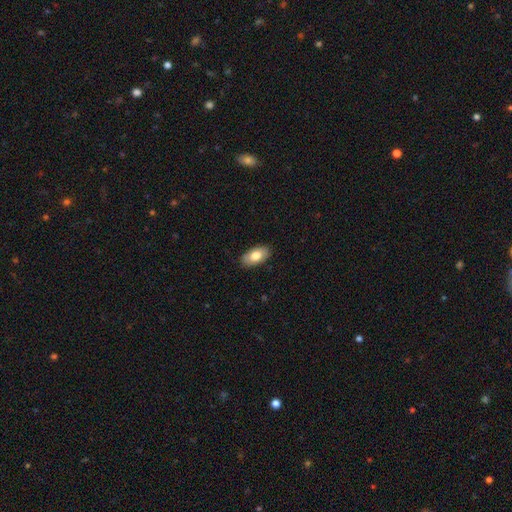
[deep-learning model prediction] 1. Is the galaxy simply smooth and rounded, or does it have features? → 78% smooth, 16% featured or disk, 6% star or artifact.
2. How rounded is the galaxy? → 94% in between, 4% round, 3% cigar-shaped.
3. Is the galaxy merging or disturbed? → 88% none, 9% minor disturbance, 2% major disturbance, 1% merger.